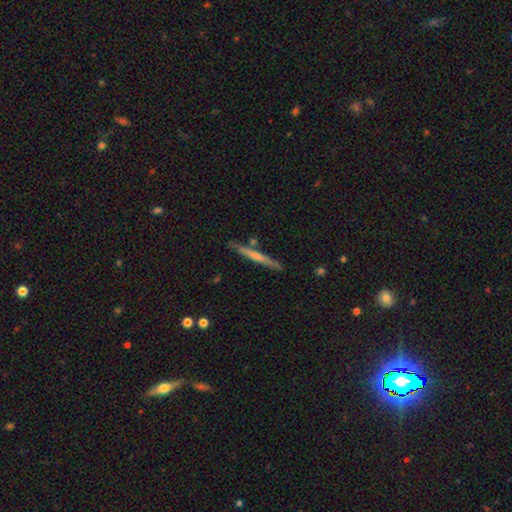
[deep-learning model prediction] This appears to be a featured or disk galaxy (55%) viewed edge-on (96%) with no central bulge (56%). Merging: none (84%).